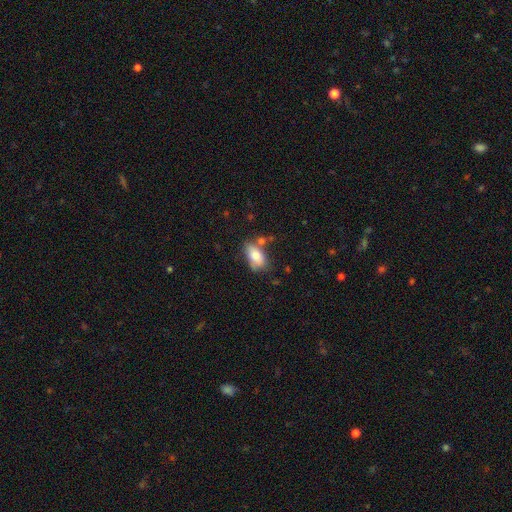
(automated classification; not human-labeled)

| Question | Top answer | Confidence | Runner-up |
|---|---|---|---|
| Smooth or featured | smooth | 80% | featured or disk (12%) |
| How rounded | in between | 91% | round (5%) |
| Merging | none | 52% | minor disturbance (26%) |